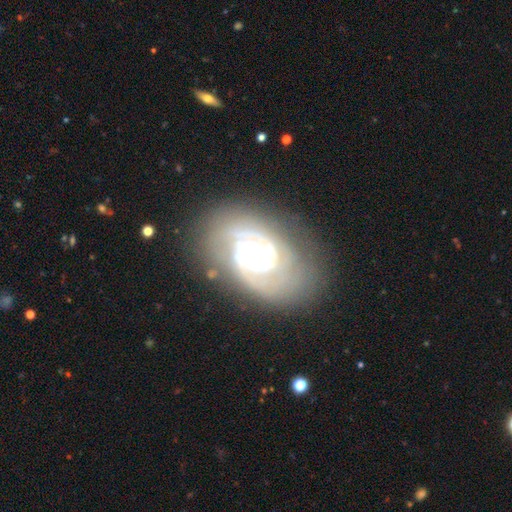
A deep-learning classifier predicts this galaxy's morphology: Smooth or featured? Predicted: featured or disk (p=0.88). Edge-on disk? Predicted: no (p=0.97). Bar? Predicted: no (p=0.65). Spiral arms? Predicted: yes (p=0.97). Spiral winding? Predicted: tight (p=0.67). Spiral arm count? Predicted: 2 (p=0.46). Bulge size? Predicted: moderate (p=0.57). Merging? Predicted: none (p=0.73).